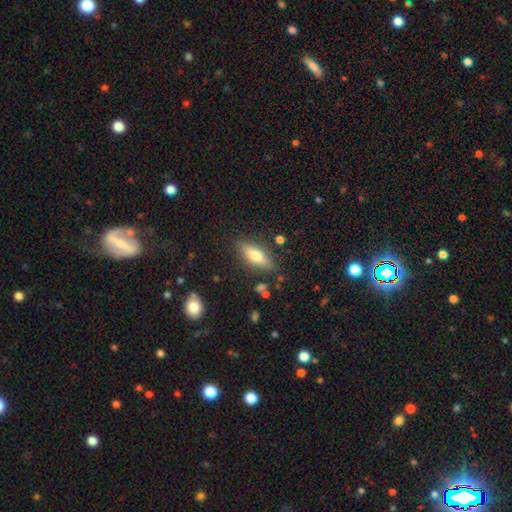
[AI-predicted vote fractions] This appears to be a smooth galaxy with no disk features (61%) that is in between round and cigar-shaped (61%). Merging: none (83%).